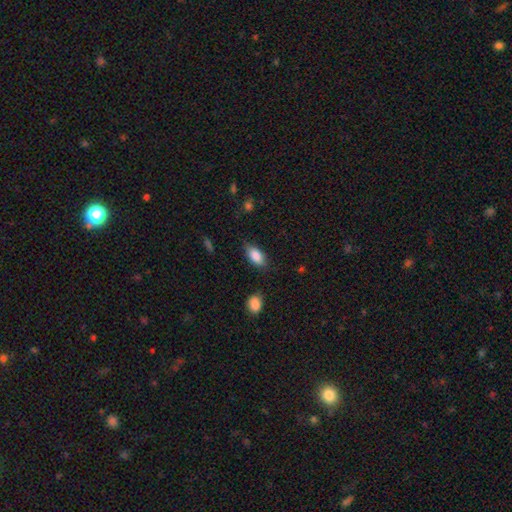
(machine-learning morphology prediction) This is clearly a smooth galaxy (86%). How rounded: clearly in between (90%). Merging: likely none (77%).